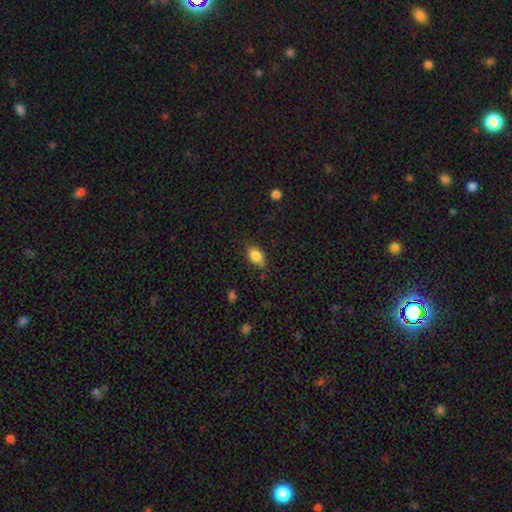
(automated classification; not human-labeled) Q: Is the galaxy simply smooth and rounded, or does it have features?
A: smooth — 85%.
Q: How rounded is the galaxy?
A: in between — 85%.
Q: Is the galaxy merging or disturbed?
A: none — 73%.